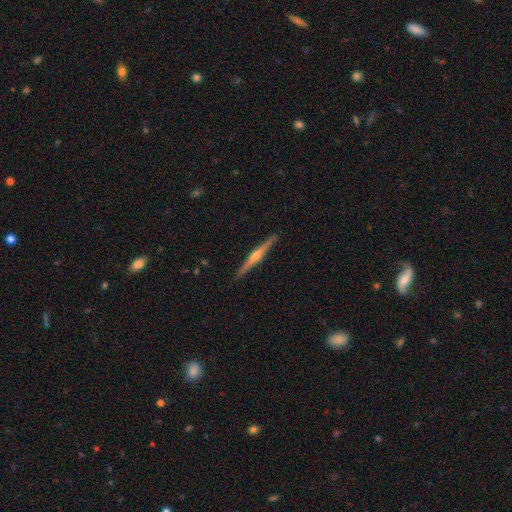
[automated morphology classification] This appears to be a featured or disk galaxy (79%) viewed edge-on (98%) with a rounded central bulge (89%). Merging: none (92%).